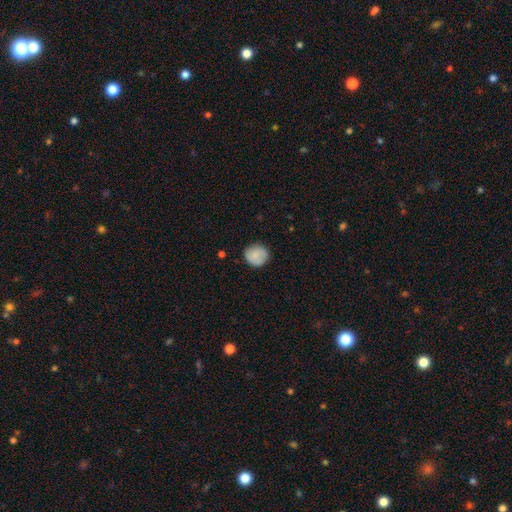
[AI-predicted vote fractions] Morphology: type=smooth (81%); roundness=round (87%); merging=none (84%).